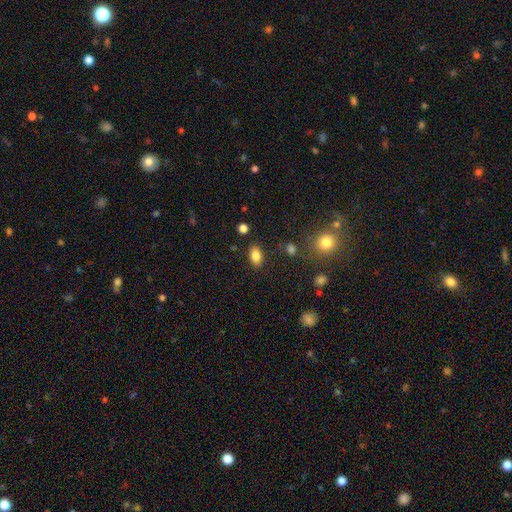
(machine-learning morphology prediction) smooth_or_featured: smooth (p=0.84) [alt: star or artifact p=0.10]
how_rounded: in between (p=0.87) [alt: round p=0.10]
merging: none (p=0.84) [alt: minor disturbance p=0.10]